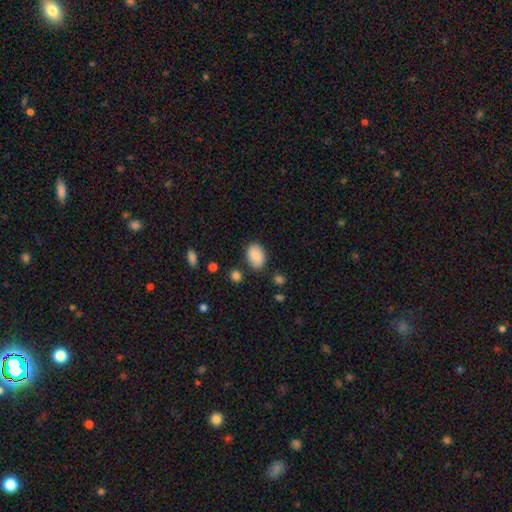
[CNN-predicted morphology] This is clearly a smooth galaxy (84%). How rounded: clearly in between (85%). Merging: likely none (79%).